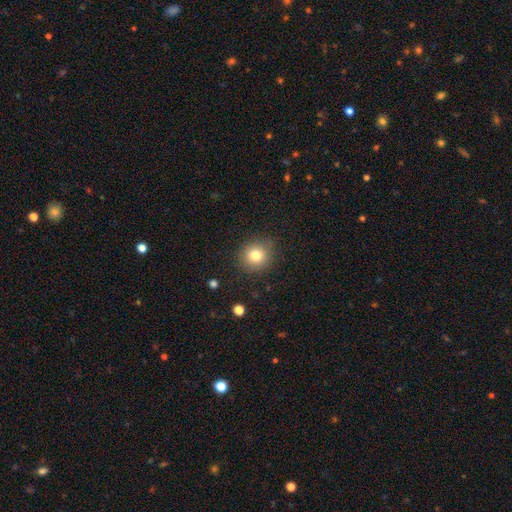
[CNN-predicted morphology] This is likely a smooth galaxy (79%). How rounded: clearly round (87%). Merging: clearly none (87%).